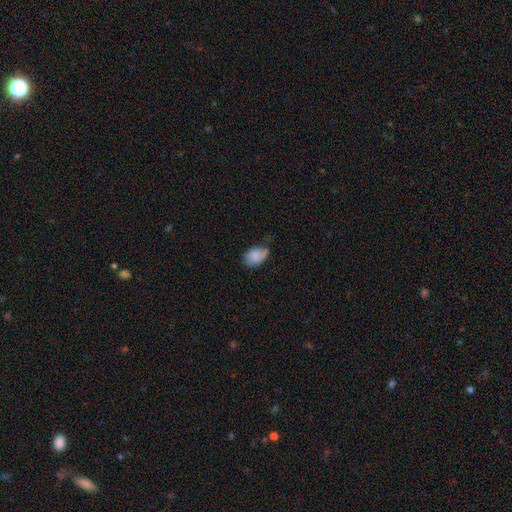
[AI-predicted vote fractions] Q: Smooth or featured?
A: smooth (81%); runner-up: featured or disk (11%)
Q: How rounded?
A: in between (82%); runner-up: round (17%)
Q: Merging?
A: none (43%); runner-up: minor disturbance (39%)